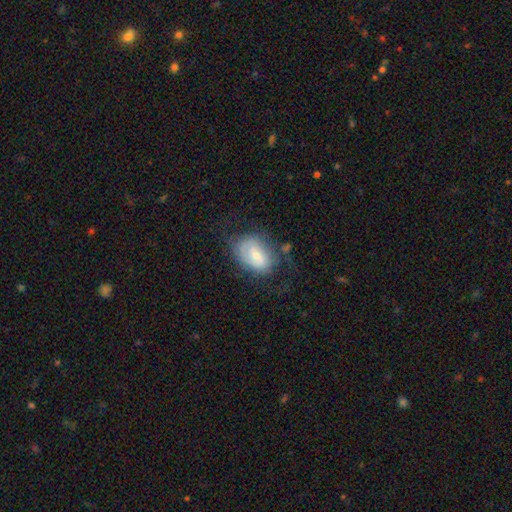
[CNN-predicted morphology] The model was most divided on "smooth or featured" (2-way tie): featured or disk: 46%, smooth: 46%, star or artifact: 8%. More confident: merging — none (54%).